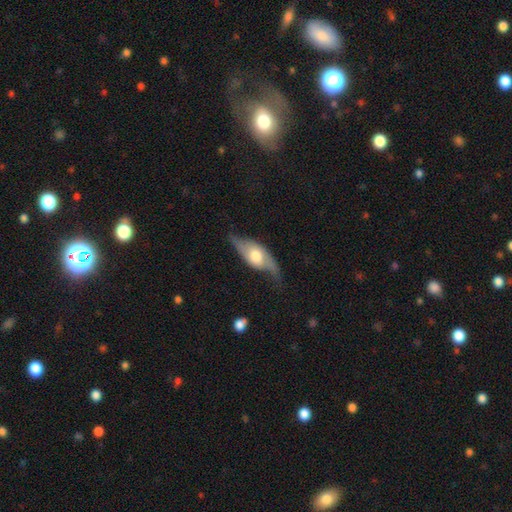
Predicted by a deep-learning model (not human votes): The model was most divided on "edge-on disk": no: 56%, yes: 44%. More confident: smooth or featured — featured or disk (63%); merging — none (53%).